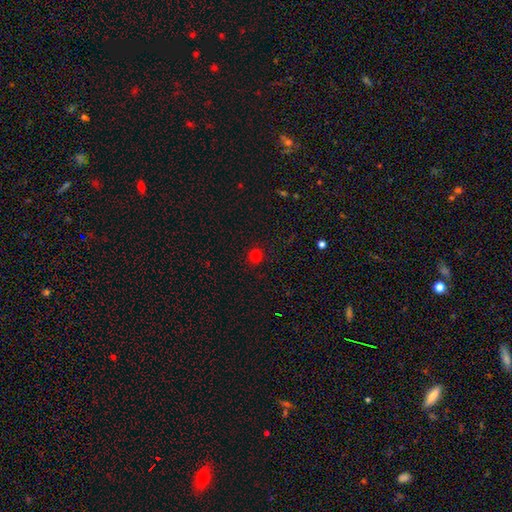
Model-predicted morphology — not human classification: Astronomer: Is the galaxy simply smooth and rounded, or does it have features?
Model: smooth — 77%.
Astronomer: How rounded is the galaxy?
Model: round — 91%.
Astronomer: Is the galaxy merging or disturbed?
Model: none — 91%.